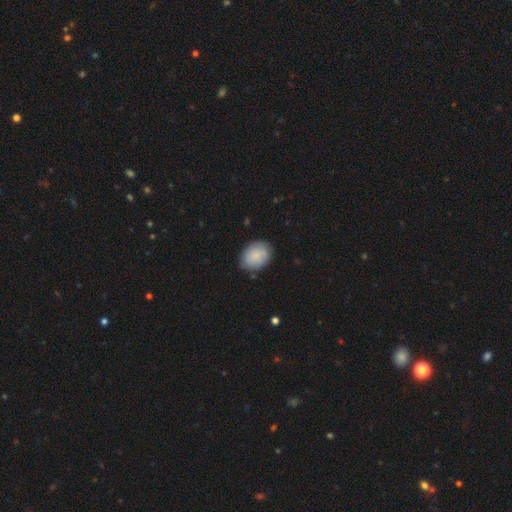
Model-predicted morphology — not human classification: This appears to be a smooth galaxy with no disk features (84%) that is in between round and cigar-shaped (69%). Merging: none (79%).